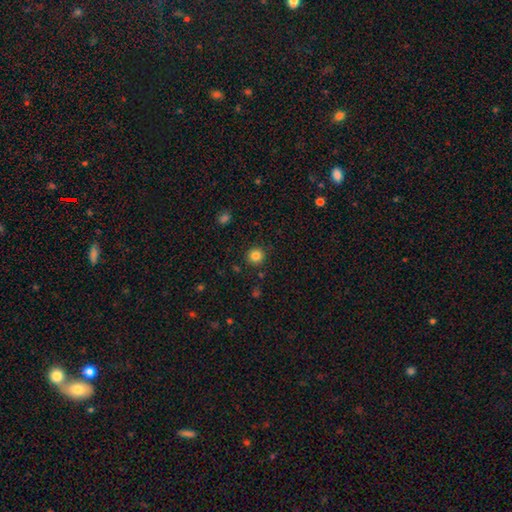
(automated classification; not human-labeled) Smooth or featured: smooth — 84% (star or artifact — 12%)
How rounded: round — 94% (in between — 5%)
Merging: none — 90% (minor disturbance — 6%)